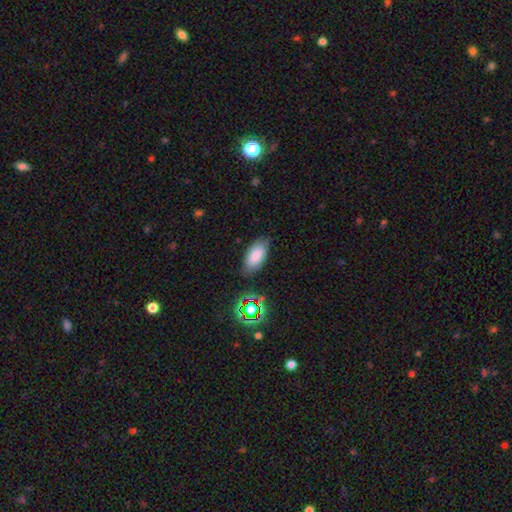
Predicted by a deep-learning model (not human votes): Smooth or featured?
  - smooth: 83% *
  - star or artifact: 10%
  - featured or disk: 8%
How rounded?
  - in between: 92% *
  - cigar-shaped: 5%
  - round: 3%
Merging?
  - none: 80% *
  - minor disturbance: 14%
  - major disturbance: 4%
  - merger: 2%